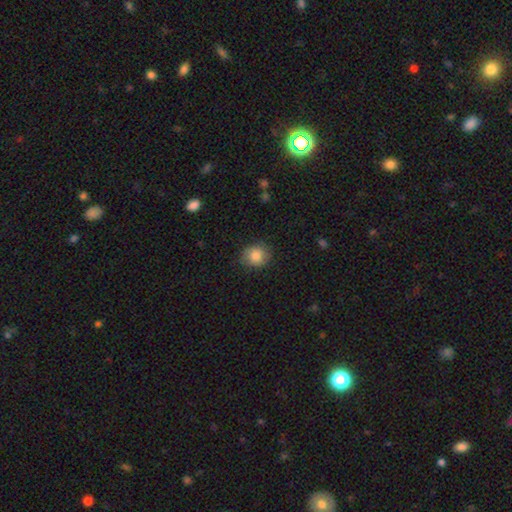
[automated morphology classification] This appears to be a smooth galaxy with no disk features (83%) that is round (75%). Merging: none (79%).